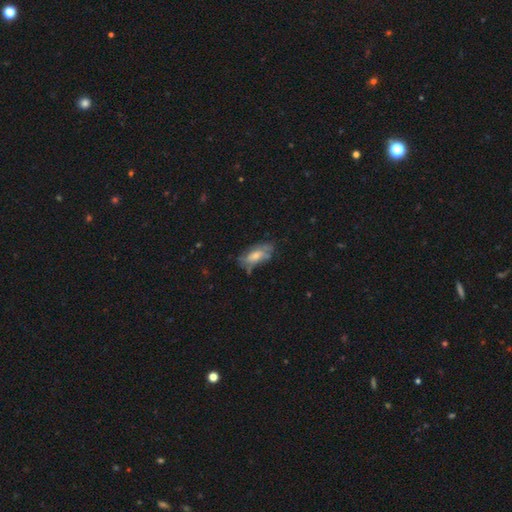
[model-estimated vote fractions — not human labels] Morphology: type=smooth (54%); roundness=in between (85%); merging=none (53%).